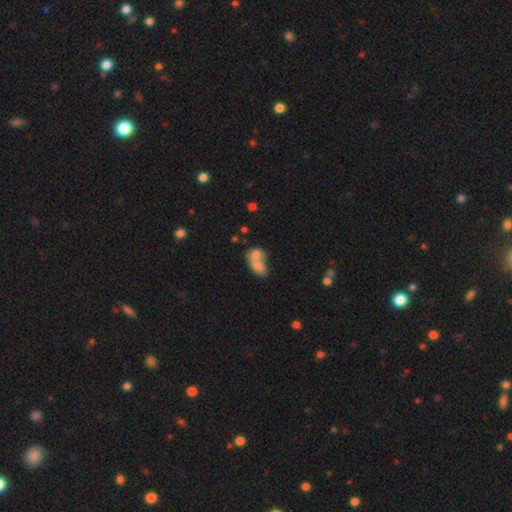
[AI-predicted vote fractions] smooth-or-featured: smooth: 76% | featured or disk: 16% | star or artifact: 8%
  how-rounded: in between: 75% | round: 23% | cigar-shaped: 2%
  merging: merger: 70% | none: 19% | minor disturbance: 7% | major disturbance: 4%